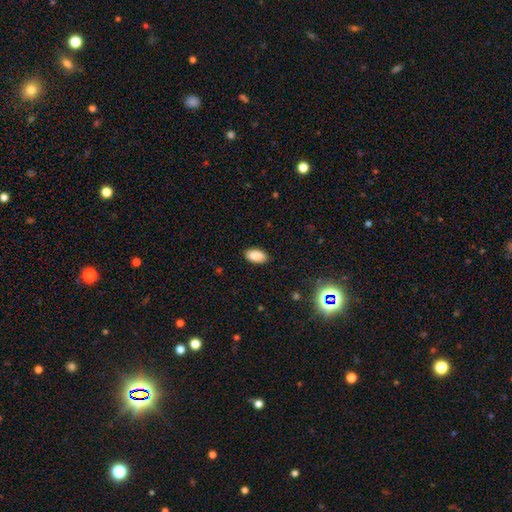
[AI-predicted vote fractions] Overall: smooth (89%). How rounded: in between (94%). Merging: none (87%).